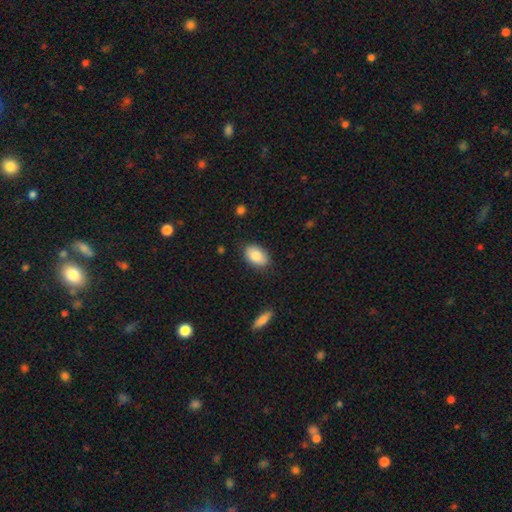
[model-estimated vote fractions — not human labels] This appears to be a smooth galaxy with no disk features (85%) that is in between round and cigar-shaped (91%). Merging: none (84%).